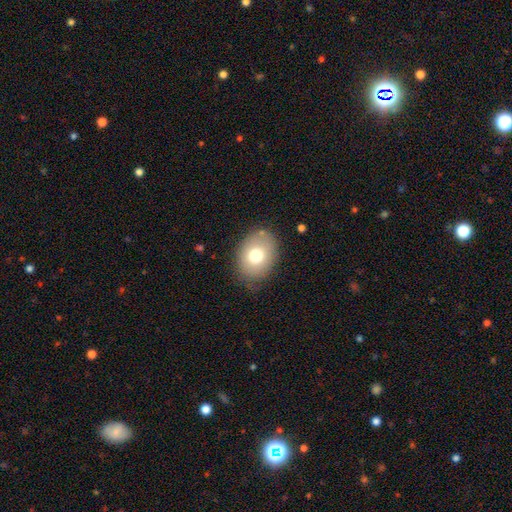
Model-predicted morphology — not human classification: type=smooth (73%); roundness=in between (66%); merging=none (78%).